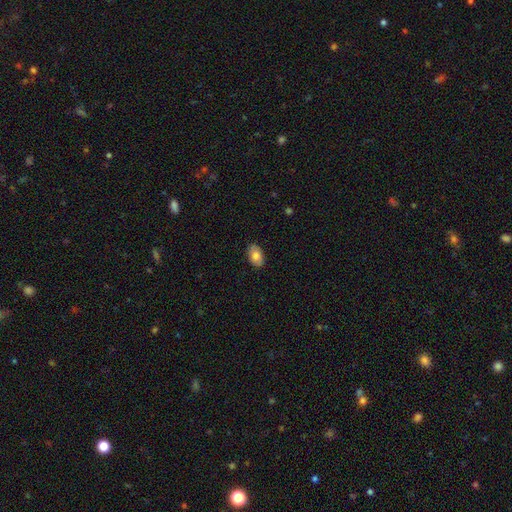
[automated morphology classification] smooth_or_featured: smooth (p=0.78) [alt: featured or disk p=0.15]
how_rounded: in between (p=0.90) [alt: round p=0.08]
merging: none (p=0.87) [alt: minor disturbance p=0.10]